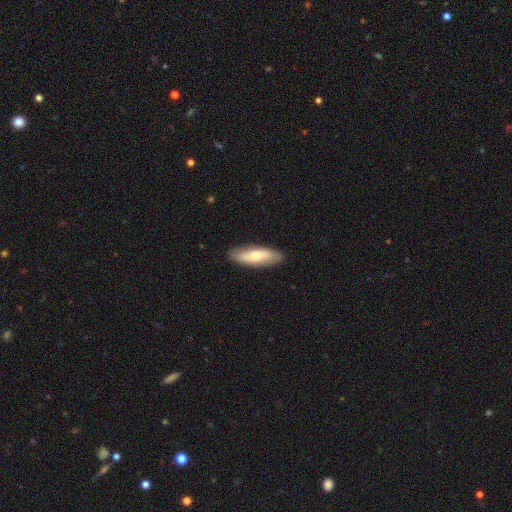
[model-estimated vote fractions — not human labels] Smooth or featured? smooth (60%)
How rounded? in between (50%)
Merging? none (86%)